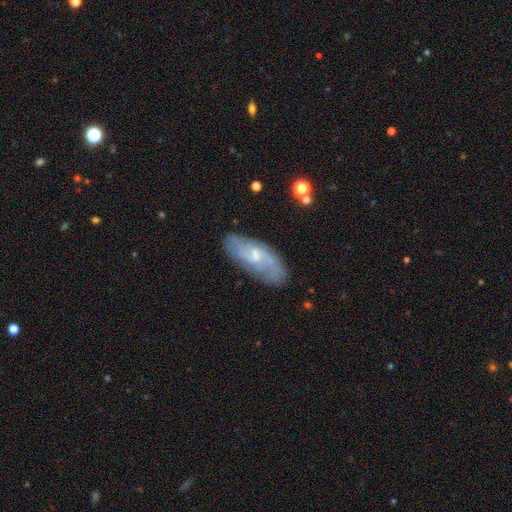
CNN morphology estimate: Overall: featured or disk (69%). Edge-on disk: no (90%). Bar: weak (48%; no 45%). Spiral arms: yes (86%). Spiral arm count: 2 (48%; can't tell 33%). Spiral winding: medium (42%; loose 30%). Bulge size: small (55%; moderate 35%). Merging: none (74%).